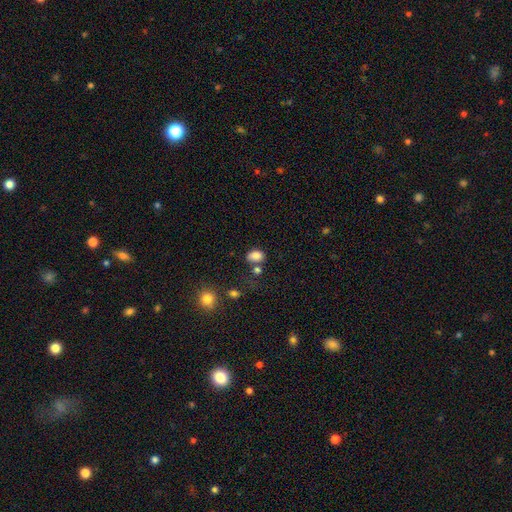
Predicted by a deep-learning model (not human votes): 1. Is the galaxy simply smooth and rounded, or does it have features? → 84% smooth, 11% star or artifact, 6% featured or disk.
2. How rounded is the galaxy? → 77% in between, 22% round, 1% cigar-shaped.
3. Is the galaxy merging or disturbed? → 60% none, 18% minor disturbance, 16% merger, 7% major disturbance.